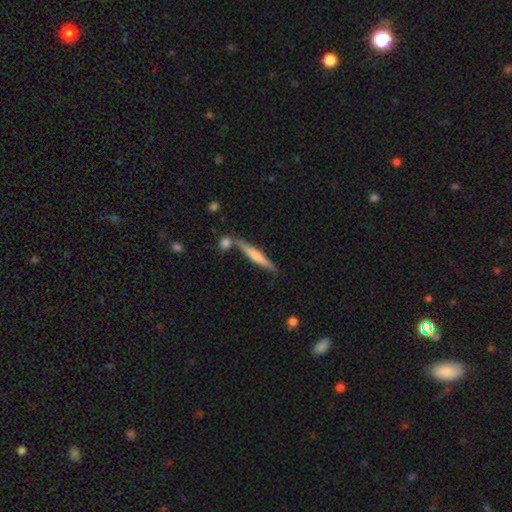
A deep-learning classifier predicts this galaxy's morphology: Smooth or featured: featured or disk — 53% (smooth — 41%)
Edge-on disk: yes — 97% (no — 3%)
Edge-on bulge: rounded — 54% (none — 28%)
Merging: none — 77% (minor disturbance — 10%)